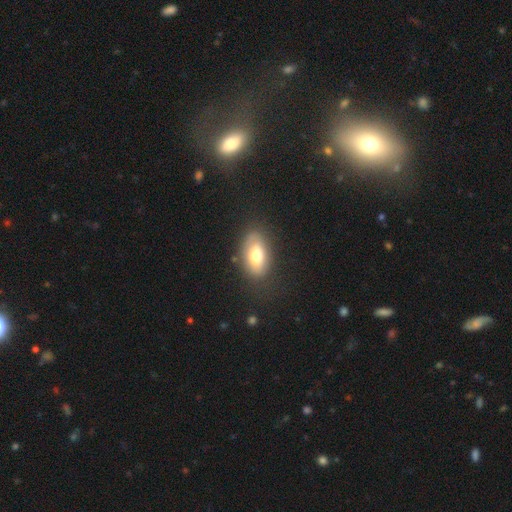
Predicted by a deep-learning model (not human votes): smooth 70%, featured or disk 22%, star or artifact 8%. Down the decision tree: how rounded — in between (90%); merging — none (75%).